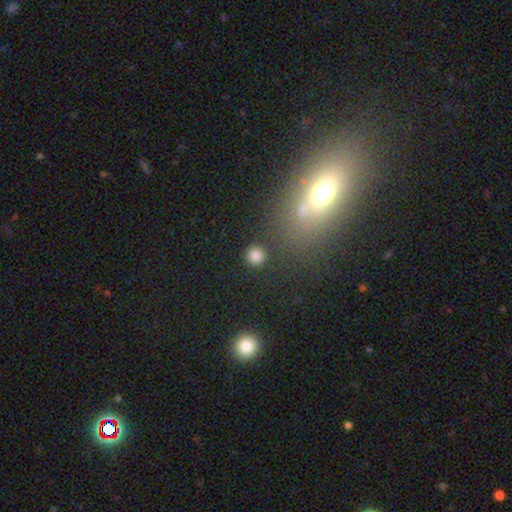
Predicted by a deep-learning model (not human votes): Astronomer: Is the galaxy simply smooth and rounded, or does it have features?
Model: smooth — 83%.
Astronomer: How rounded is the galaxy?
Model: round — 95%.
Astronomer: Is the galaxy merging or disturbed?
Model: none — 90%.